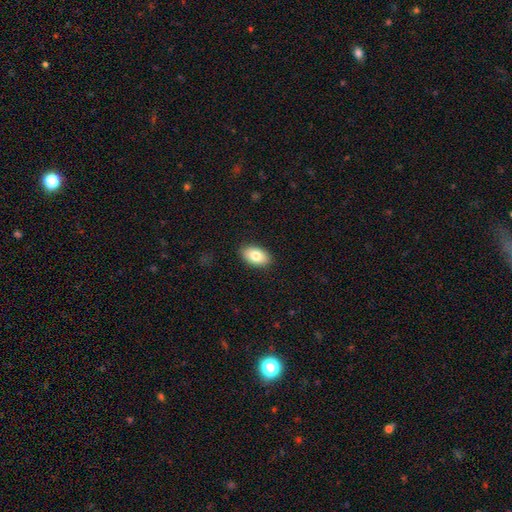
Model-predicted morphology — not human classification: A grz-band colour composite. It shows a smooth galaxy with no disk features (81%) that is in between round and cigar-shaped (92%). Merging: none (88%).